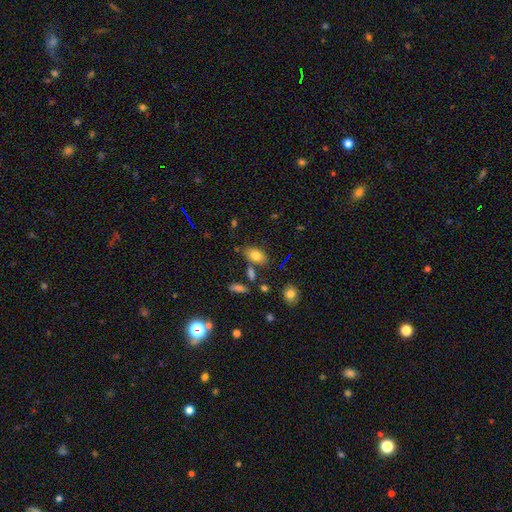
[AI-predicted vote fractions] A smooth galaxy with no disk features (79%) that is in between round and cigar-shaped (89%). Merging: none (73%).